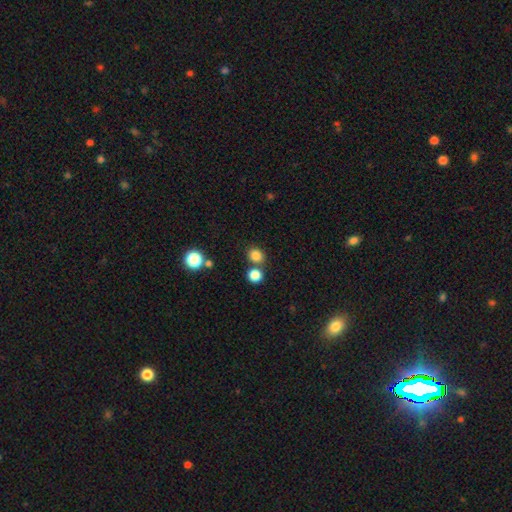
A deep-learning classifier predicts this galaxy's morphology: smooth 82%, star or artifact 14%, featured or disk 5%. Down the decision tree: how rounded — round (78%); merging — none (73%).